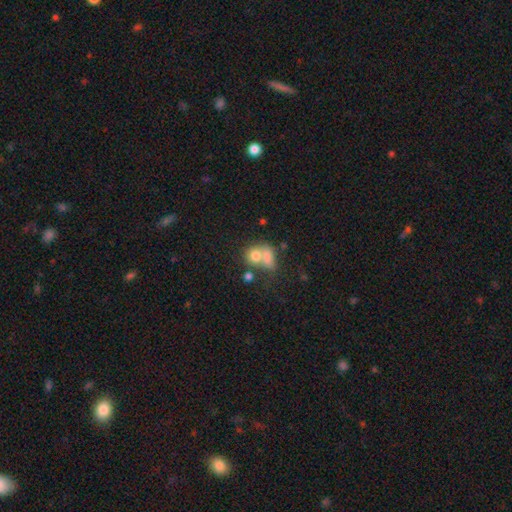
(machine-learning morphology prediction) Smooth or featured? Predicted: smooth (p=0.74). How rounded? Predicted: round (p=0.56). Merging? Predicted: merger (p=0.57).